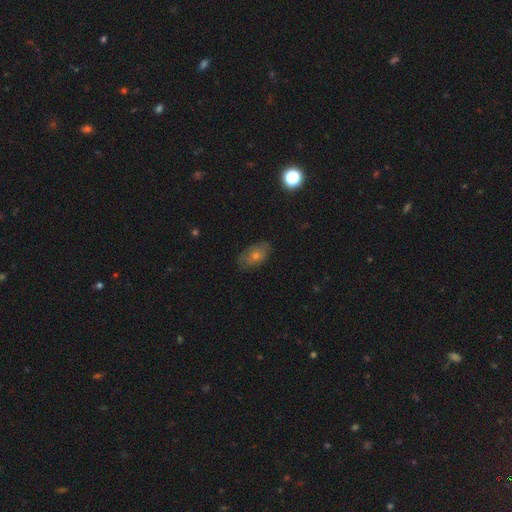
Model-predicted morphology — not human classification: Smooth or featured? smooth (52%)
How rounded? in between (85%)
Merging? none (78%)